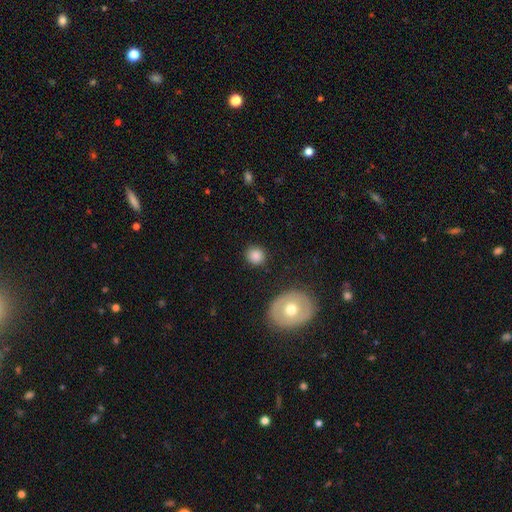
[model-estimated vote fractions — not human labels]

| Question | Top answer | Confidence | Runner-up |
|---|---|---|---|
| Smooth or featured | smooth | 84% | star or artifact (9%) |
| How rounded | round | 85% | in between (14%) |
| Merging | none | 86% | minor disturbance (9%) |